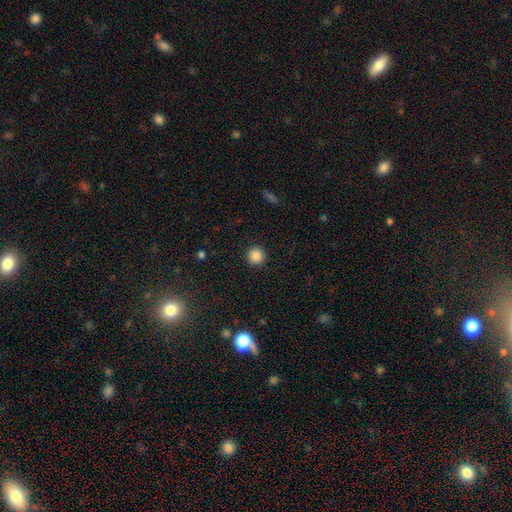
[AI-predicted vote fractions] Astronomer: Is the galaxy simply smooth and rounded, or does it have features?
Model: smooth — 87%.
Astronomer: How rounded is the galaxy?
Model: round — 94%.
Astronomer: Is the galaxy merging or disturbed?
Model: none — 92%.